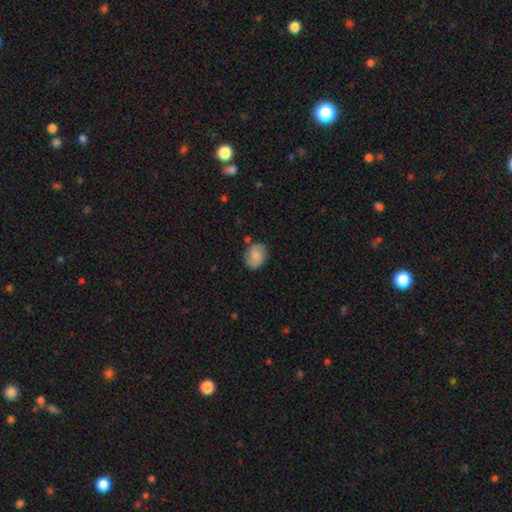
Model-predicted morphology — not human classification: Smooth or featured?
  - smooth: 70% *
  - featured or disk: 22%
  - star or artifact: 8%
How rounded?
  - round: 52% *
  - in between: 47%
  - cigar-shaped: 1%
Merging?
  - none: 76% *
  - minor disturbance: 17%
  - major disturbance: 4%
  - merger: 3%